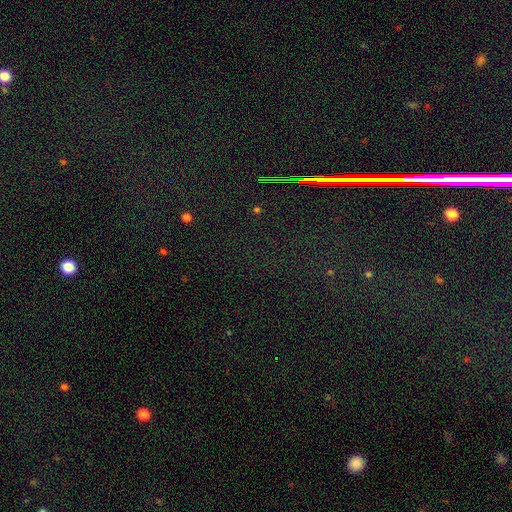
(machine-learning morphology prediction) smooth-or-featured: star or artifact: 82% | smooth: 9% | featured or disk: 9%